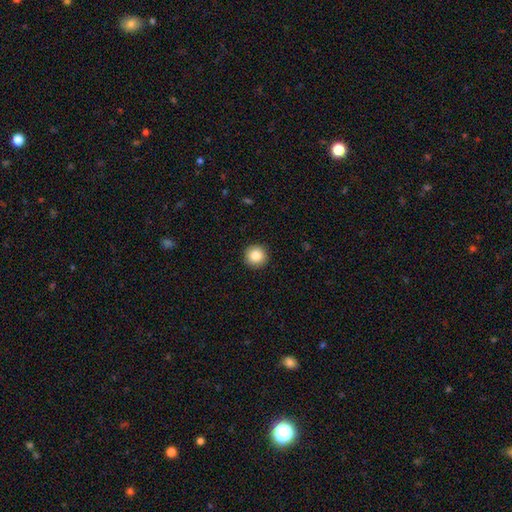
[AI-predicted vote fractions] Q: Smooth or featured?
A: smooth (84%); runner-up: star or artifact (9%)
Q: How rounded?
A: round (96%); runner-up: in between (3%)
Q: Merging?
A: none (93%); runner-up: minor disturbance (5%)